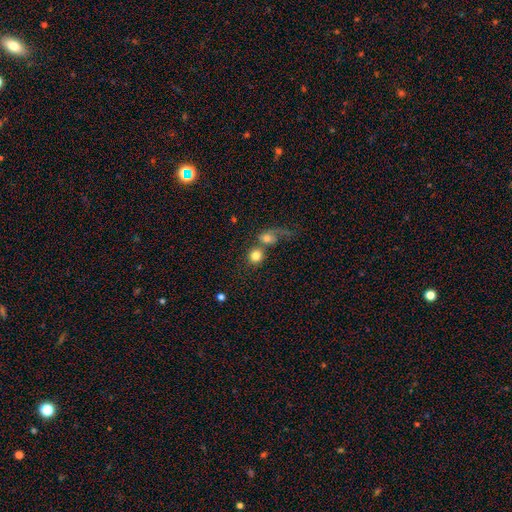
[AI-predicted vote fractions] A smooth galaxy with no disk features (79%) that is round (86%). Merging: merger (44%).